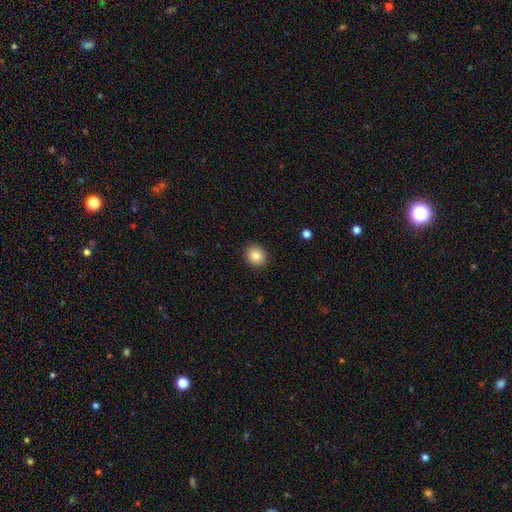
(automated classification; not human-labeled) Smooth or featured? Predicted: smooth (p=0.85). How rounded? Predicted: round (p=0.79). Merging? Predicted: none (p=0.90).